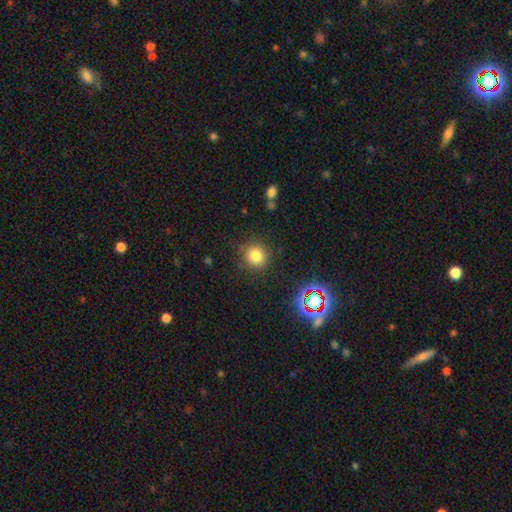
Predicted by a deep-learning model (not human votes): smooth 79%, star or artifact 15%, featured or disk 6%. Down the decision tree: how rounded — round (92%); merging — none (85%).